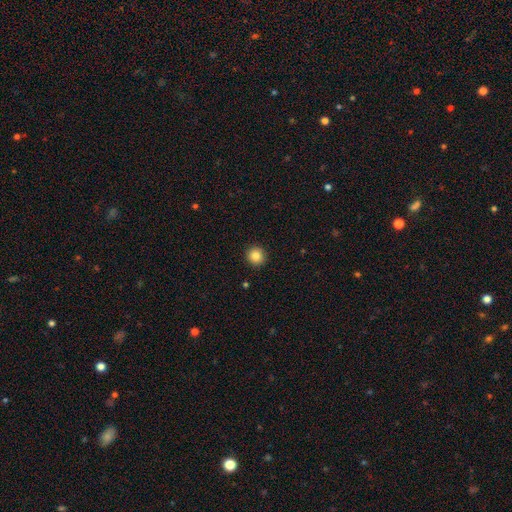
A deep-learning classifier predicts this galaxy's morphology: smooth 84%, star or artifact 10%, featured or disk 6%. Down the decision tree: how rounded — round (94%); merging — none (92%).